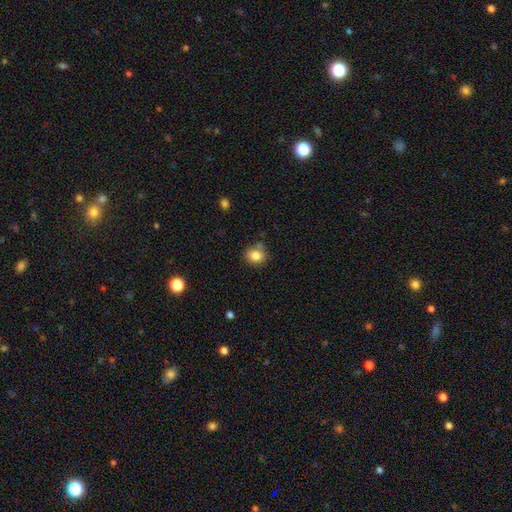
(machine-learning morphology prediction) The model was most divided on "how rounded": round: 66%, in between: 33%, cigar-shaped: 1%. More confident: smooth or featured — smooth (82%); merging — none (73%).